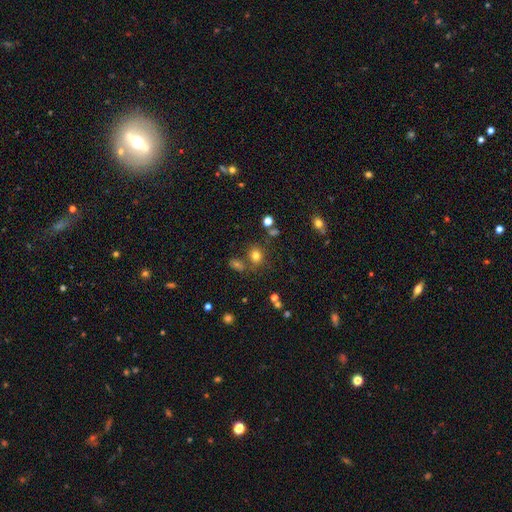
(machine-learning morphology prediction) The model was most divided on "how rounded": round: 70%, in between: 29%, cigar-shaped: 1%. More confident: smooth or featured — smooth (75%); merging — none (71%).